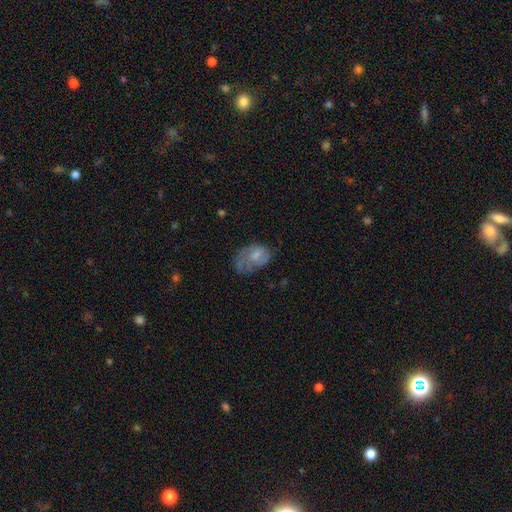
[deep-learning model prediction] Morphology: type=smooth (49%); merging=major disturbance (37%).